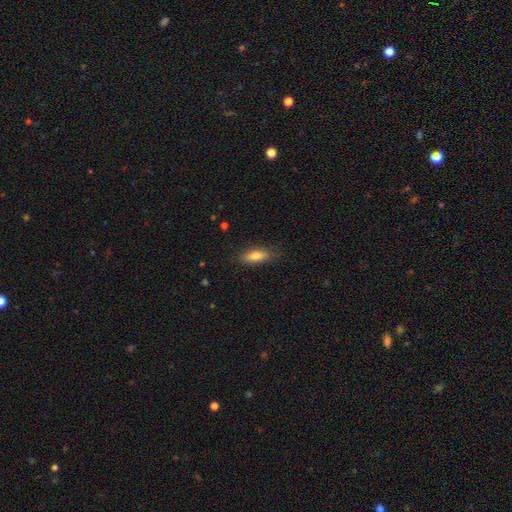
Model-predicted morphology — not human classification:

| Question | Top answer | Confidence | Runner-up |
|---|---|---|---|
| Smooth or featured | smooth | 75% | featured or disk (18%) |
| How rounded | in between | 66% | cigar-shaped (31%) |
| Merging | none | 81% | minor disturbance (15%) |